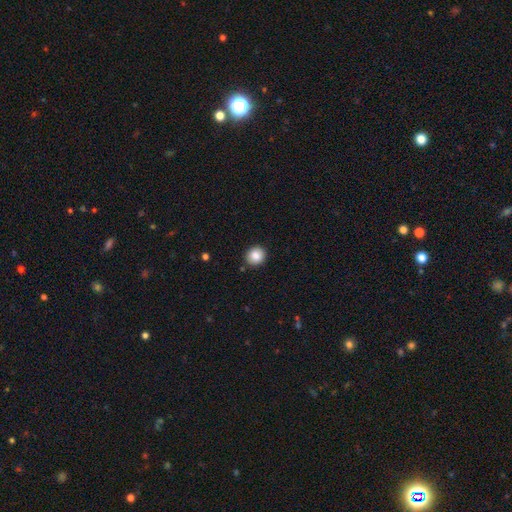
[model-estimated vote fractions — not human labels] smooth-or-featured: smooth: 86% | star or artifact: 8% | featured or disk: 6%
  how-rounded: round: 85% | in between: 14% | cigar-shaped: 1%
  merging: none: 89% | minor disturbance: 7% | major disturbance: 2% | merger: 1%